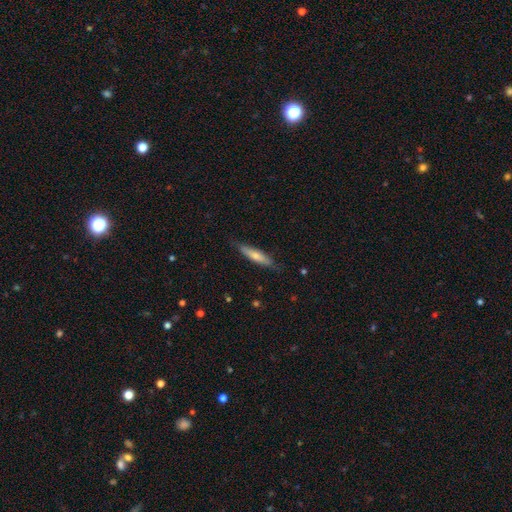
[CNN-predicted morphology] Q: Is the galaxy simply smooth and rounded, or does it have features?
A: smooth — 63%.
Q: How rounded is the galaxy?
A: cigar-shaped — 81%.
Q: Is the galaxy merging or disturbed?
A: none — 80%.